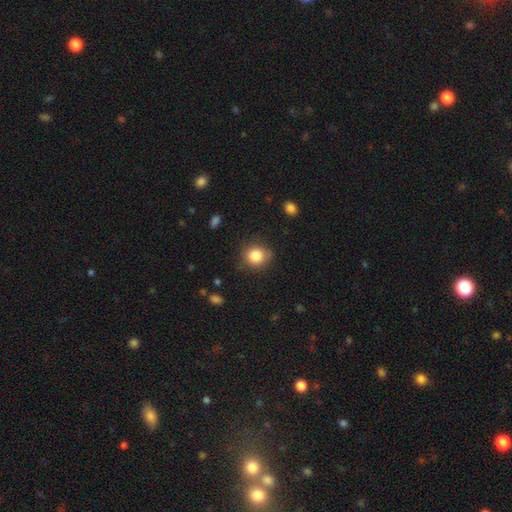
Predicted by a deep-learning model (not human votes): smooth-or-featured: smooth: 84% | star or artifact: 10% | featured or disk: 6%
  how-rounded: round: 83% | in between: 16% | cigar-shaped: 1%
  merging: none: 80% | minor disturbance: 15% | major disturbance: 4% | merger: 2%